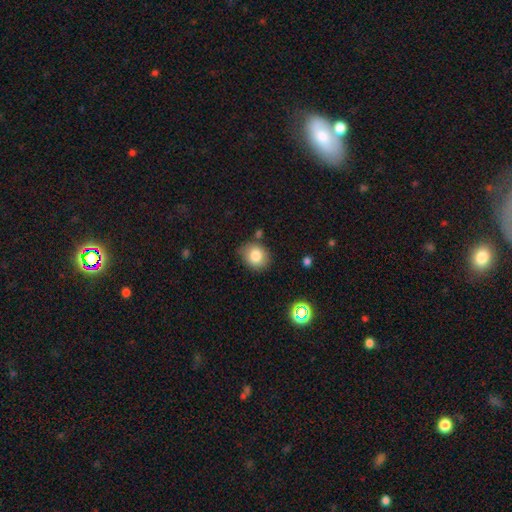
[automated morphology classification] This is clearly a smooth galaxy (81%). How rounded: likely round (63%). Merging: likely none (75%).